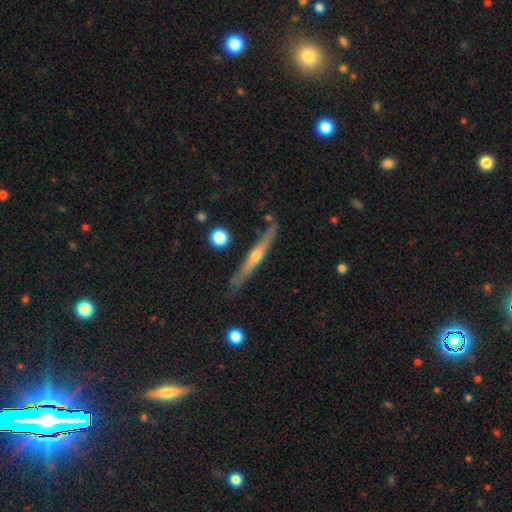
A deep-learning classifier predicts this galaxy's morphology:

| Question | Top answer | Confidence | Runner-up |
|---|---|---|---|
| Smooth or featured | featured or disk | 68% | smooth (26%) |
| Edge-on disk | yes | 97% | no (3%) |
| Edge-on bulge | rounded | 78% | none (19%) |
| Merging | none | 82% | minor disturbance (13%) |